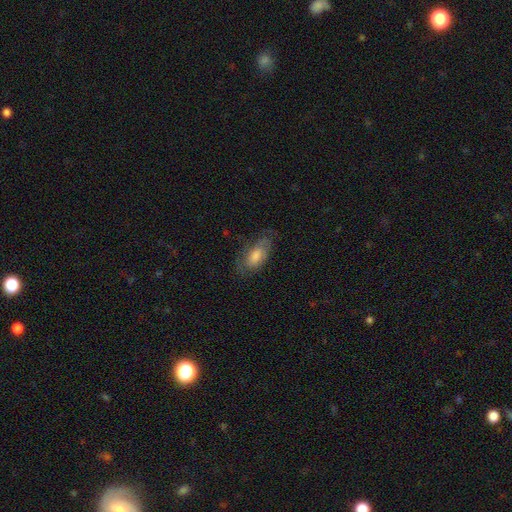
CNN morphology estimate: Smooth or featured?
  - smooth: 52% *
  - featured or disk: 40%
  - star or artifact: 8%
How rounded?
  - in between: 86% *
  - cigar-shaped: 10%
  - round: 4%
Merging?
  - none: 66% *
  - minor disturbance: 23%
  - major disturbance: 10%
  - merger: 1%